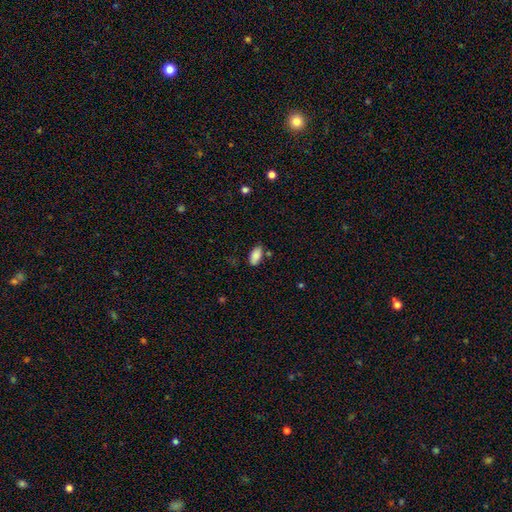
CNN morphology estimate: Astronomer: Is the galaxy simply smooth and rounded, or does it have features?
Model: smooth — 87%.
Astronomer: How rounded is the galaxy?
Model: in between — 92%.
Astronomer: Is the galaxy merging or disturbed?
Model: none — 74%.